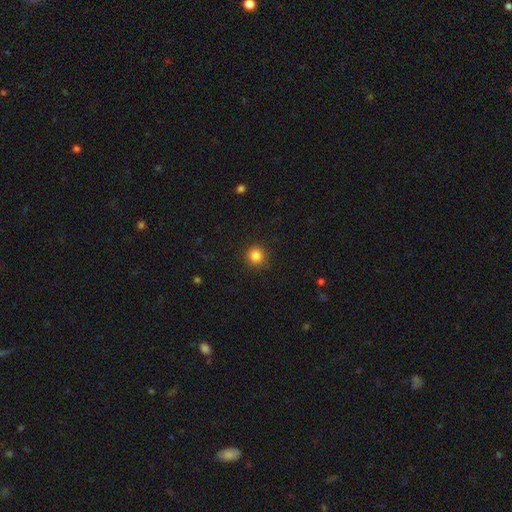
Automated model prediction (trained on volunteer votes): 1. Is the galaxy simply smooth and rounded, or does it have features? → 84% smooth, 12% star or artifact, 4% featured or disk.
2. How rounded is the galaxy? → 93% round, 6% in between, 1% cigar-shaped.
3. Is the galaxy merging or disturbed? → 90% none, 7% minor disturbance, 2% major disturbance, 1% merger.